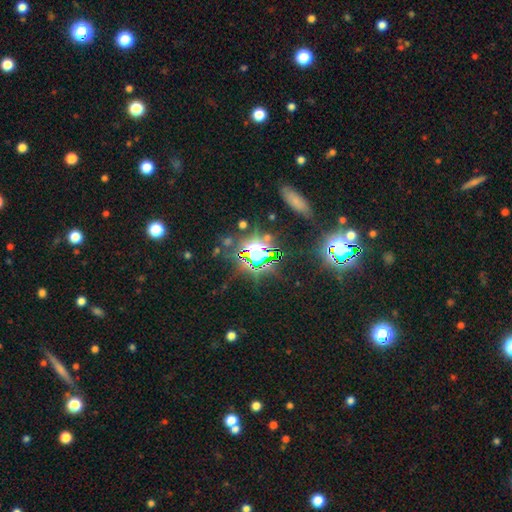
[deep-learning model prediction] This is likely a star or artifact rather than a galaxy (80%).